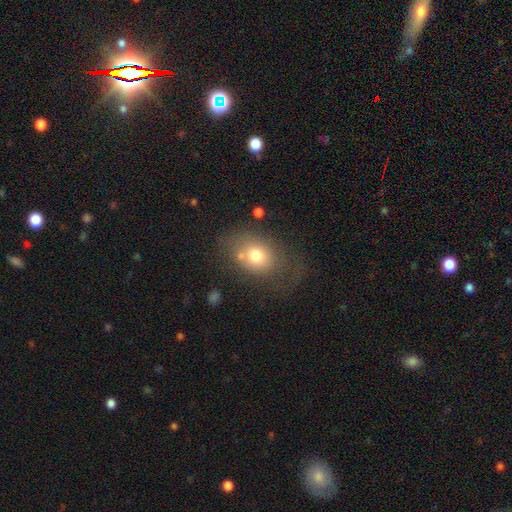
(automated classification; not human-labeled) Q: Smooth or featured?
A: smooth (71%); runner-up: featured or disk (18%)
Q: How rounded?
A: in between (60%); runner-up: round (39%)
Q: Merging?
A: none (50%); runner-up: minor disturbance (23%)